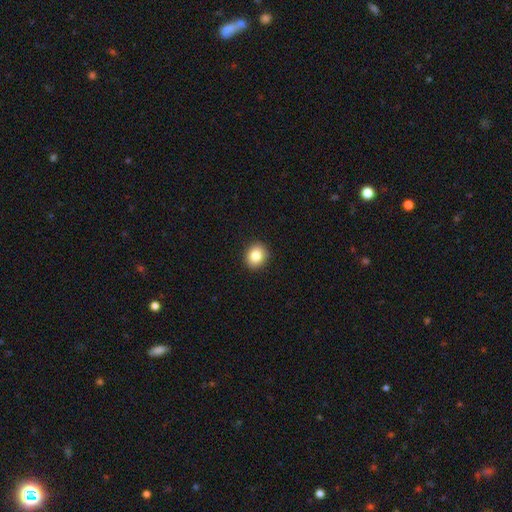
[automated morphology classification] This appears to be a smooth galaxy with no disk features (84%) that is round (66%). Merging: none (92%).